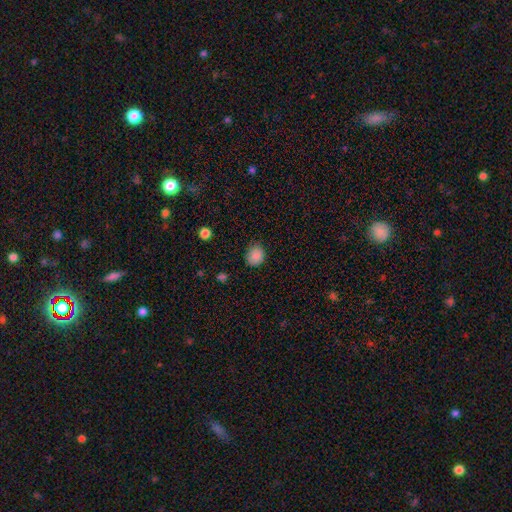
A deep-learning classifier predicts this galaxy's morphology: Smooth or featured: smooth — 87% (star or artifact — 9%)
How rounded: round — 66% (in between — 33%)
Merging: none — 78% (minor disturbance — 18%)